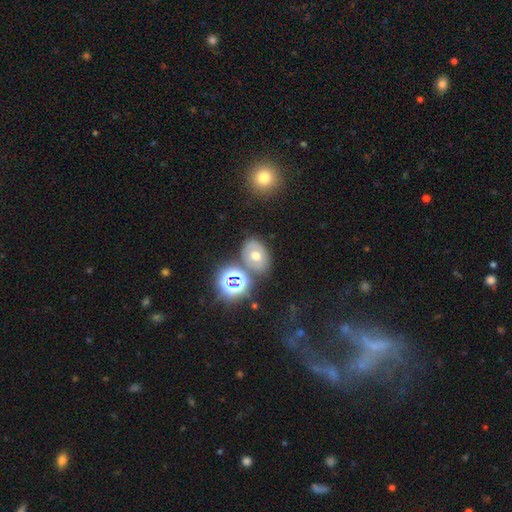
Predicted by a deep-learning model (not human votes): This appears to be a smooth galaxy with no disk features (47%). Merging: none (69%).